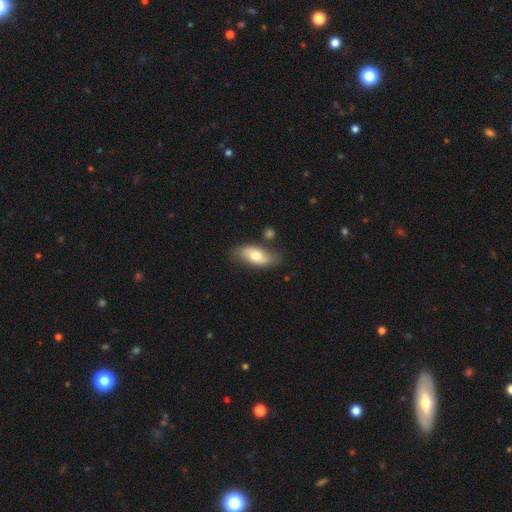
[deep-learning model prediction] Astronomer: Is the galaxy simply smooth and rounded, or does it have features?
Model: smooth — 63%.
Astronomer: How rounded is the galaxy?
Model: in between — 86%.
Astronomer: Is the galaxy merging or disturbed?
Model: none — 75%.